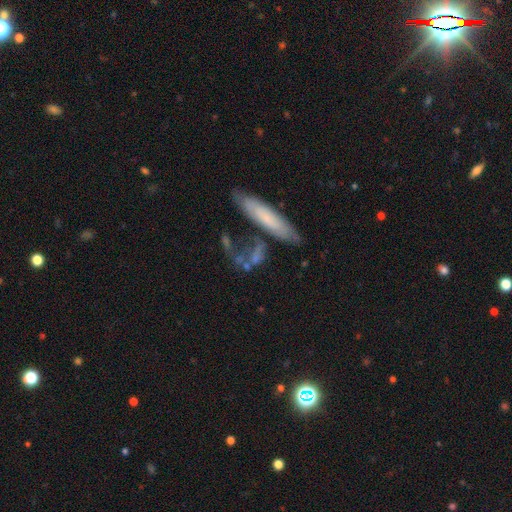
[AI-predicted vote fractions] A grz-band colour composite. It shows a smooth galaxy with no disk features (45%). Merging: none (47%).